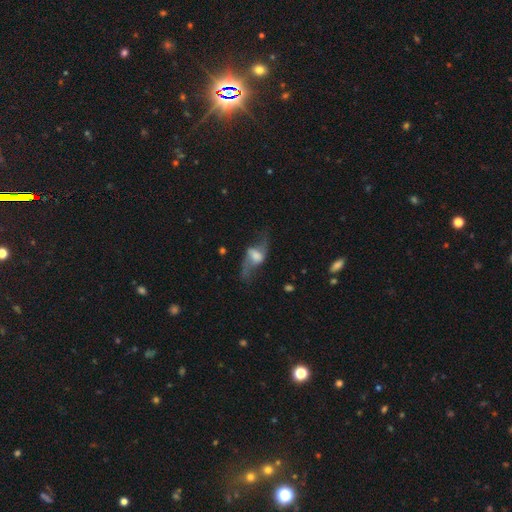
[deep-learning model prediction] Smooth or featured? Predicted: featured or disk (p=0.65). Edge-on disk? Predicted: no (p=0.83). Bar? Predicted: weak (p=0.41). Spiral arms? Predicted: yes (p=0.77). Bulge size? Predicted: large (p=0.30). Merging? Predicted: none (p=0.49).